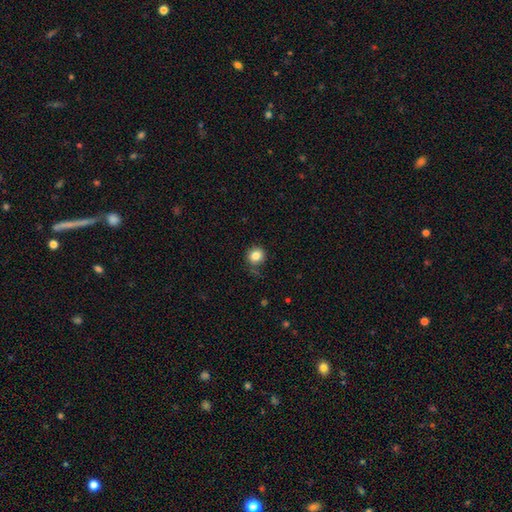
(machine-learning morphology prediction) smooth 84%, star or artifact 11%, featured or disk 6%. Down the decision tree: how rounded — round (89%); merging — none (78%).